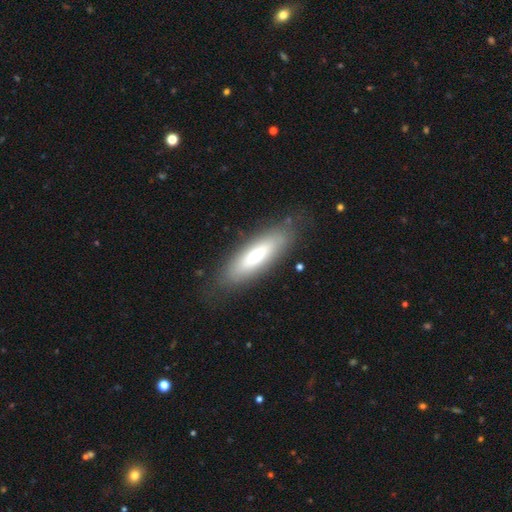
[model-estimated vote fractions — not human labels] A smooth galaxy with no disk features (62%) that is in between round and cigar-shaped (53%).

Vote fractions:
- Smooth or featured? smooth: 62% / featured or disk: 31% / star or artifact: 7%
- How rounded? in between: 53% / cigar-shaped: 45% / round: 2%
- Merging? none: 80% / minor disturbance: 13% / major disturbance: 5% / merger: 2%